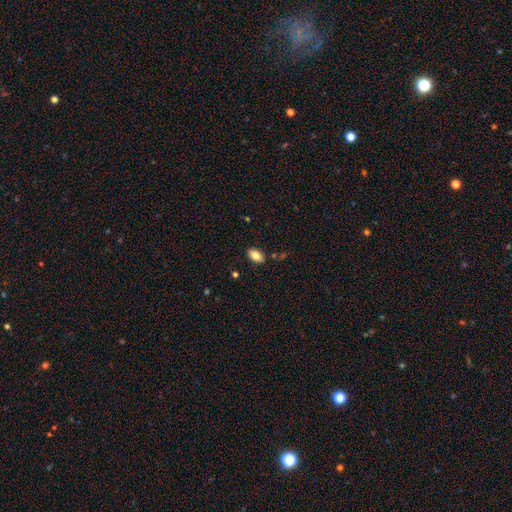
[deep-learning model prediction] smooth-or-featured: smooth: 81% | featured or disk: 12% | star or artifact: 8%
  how-rounded: in between: 92% | round: 5% | cigar-shaped: 2%
  merging: none: 86% | minor disturbance: 10% | merger: 2% | major disturbance: 2%